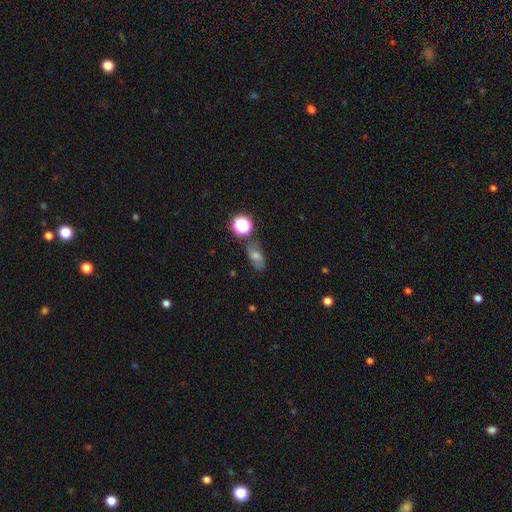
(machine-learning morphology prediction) Smooth or featured: smooth — 41% (featured or disk — 29%)
Merging: none — 74% (minor disturbance — 15%)